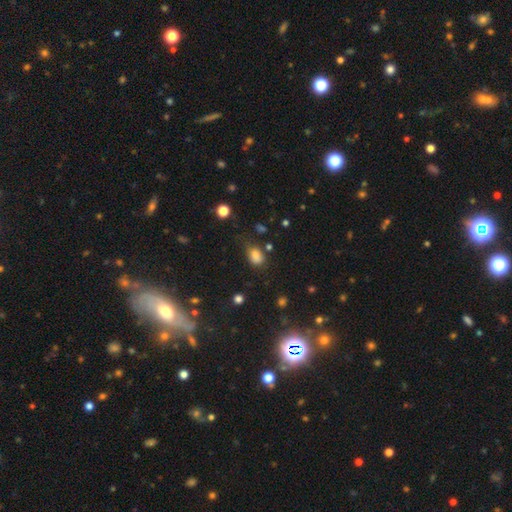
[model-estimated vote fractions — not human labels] Morphology: type=smooth (81%); roundness=in between (76%); merging=none (58%).